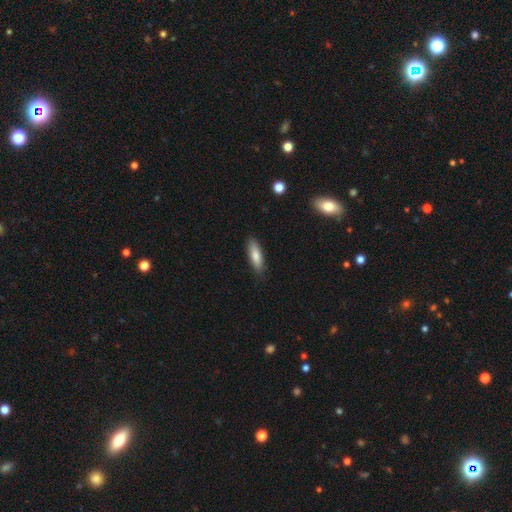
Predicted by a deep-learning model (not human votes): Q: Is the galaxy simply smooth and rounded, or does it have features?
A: smooth — 81%.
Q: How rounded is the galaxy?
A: cigar-shaped — 53%.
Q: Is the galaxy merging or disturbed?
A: none — 86%.